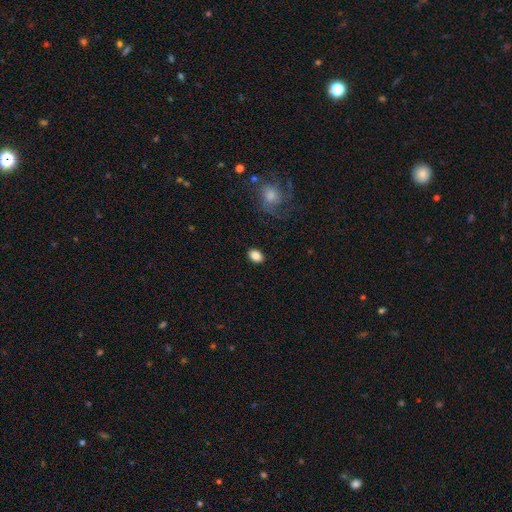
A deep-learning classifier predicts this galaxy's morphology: Overall: smooth (86%). How rounded: in between (79%). Merging: none (87%).